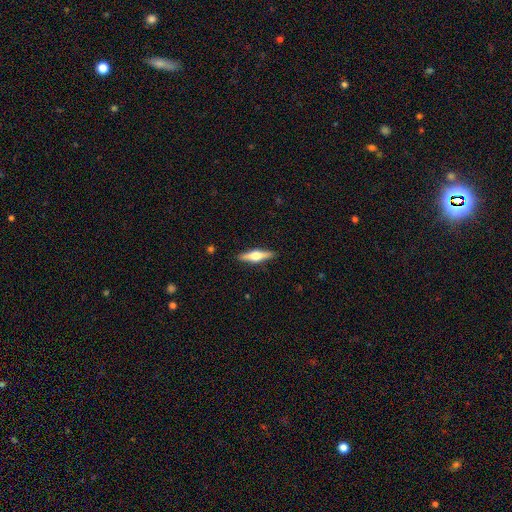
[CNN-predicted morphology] Smooth or featured: featured or disk — 59% (smooth — 35%)
Edge-on disk: yes — 96% (no — 4%)
Edge-on bulge: rounded — 93% (boxy — 5%)
Merging: none — 90% (minor disturbance — 7%)